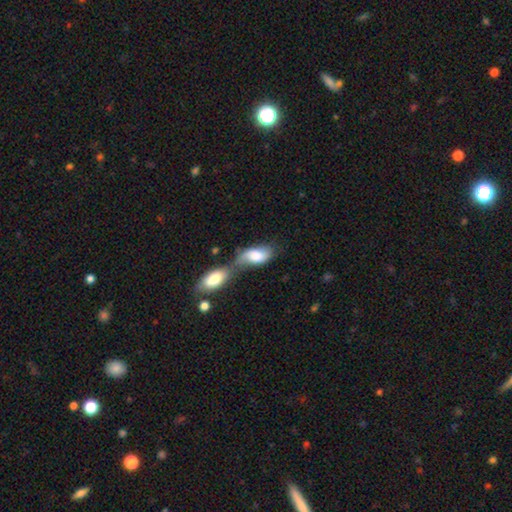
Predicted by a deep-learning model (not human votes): Smooth or featured: smooth — 75% (featured or disk — 19%)
How rounded: in between — 91% (cigar-shaped — 4%)
Merging: merger — 62% (none — 17%)